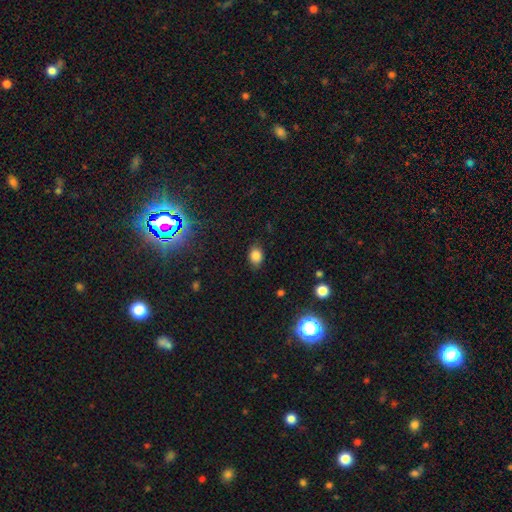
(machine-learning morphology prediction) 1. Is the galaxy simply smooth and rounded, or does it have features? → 82% smooth, 12% star or artifact, 6% featured or disk.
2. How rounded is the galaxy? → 67% in between, 32% round, 1% cigar-shaped.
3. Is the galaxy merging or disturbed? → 80% none, 15% minor disturbance, 3% major disturbance, 1% merger.